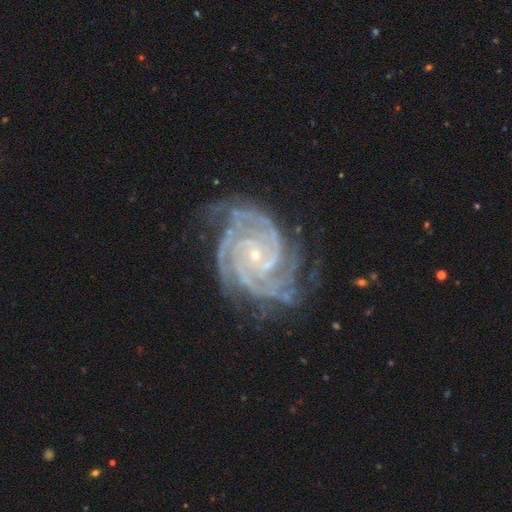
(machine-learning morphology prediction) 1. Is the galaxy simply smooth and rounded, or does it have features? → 93% featured or disk, 5% star or artifact, 2% smooth.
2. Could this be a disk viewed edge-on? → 98% no, 2% yes.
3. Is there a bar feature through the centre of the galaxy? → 66% no, 24% weak, 11% strong.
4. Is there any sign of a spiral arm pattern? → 99% yes, 1% no.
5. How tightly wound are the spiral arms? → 75% tight, 22% medium, 2% loose.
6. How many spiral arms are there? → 29% 4, 25% 3, 14% 2, 13% more than 4, 11% can't tell, 8% 1.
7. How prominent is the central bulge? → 86% small, 11% moderate, 2% none, 1% large, 1% dominant.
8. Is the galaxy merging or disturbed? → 68% none, 21% minor disturbance, 9% major disturbance, 2% merger.